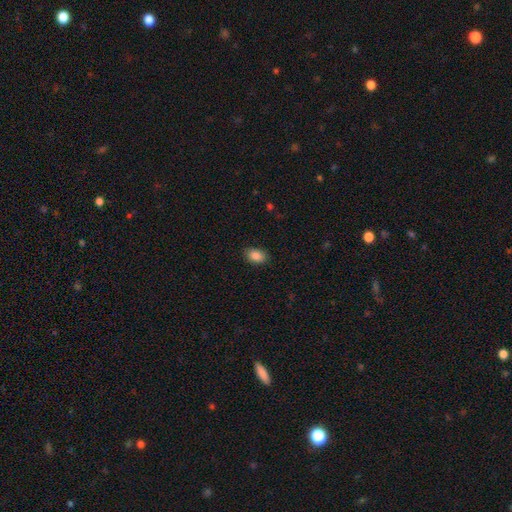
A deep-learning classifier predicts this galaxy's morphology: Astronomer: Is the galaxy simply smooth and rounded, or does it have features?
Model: smooth — 88%.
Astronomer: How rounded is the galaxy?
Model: in between — 85%.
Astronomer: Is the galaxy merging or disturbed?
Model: none — 87%.